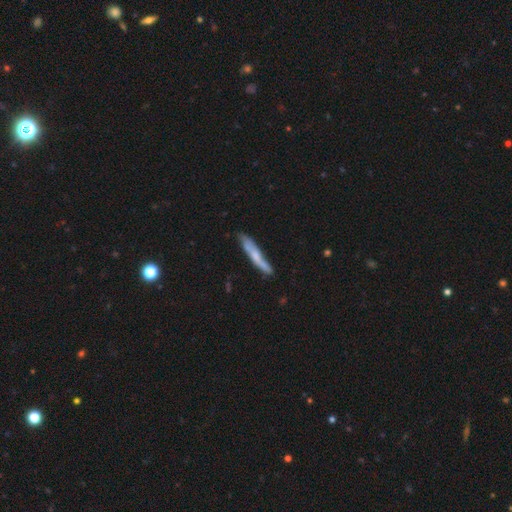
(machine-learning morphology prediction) Q: Smooth or featured?
A: smooth (51%); runner-up: featured or disk (43%)
Q: How rounded?
A: cigar-shaped (93%); runner-up: in between (6%)
Q: Merging?
A: none (73%); runner-up: minor disturbance (20%)